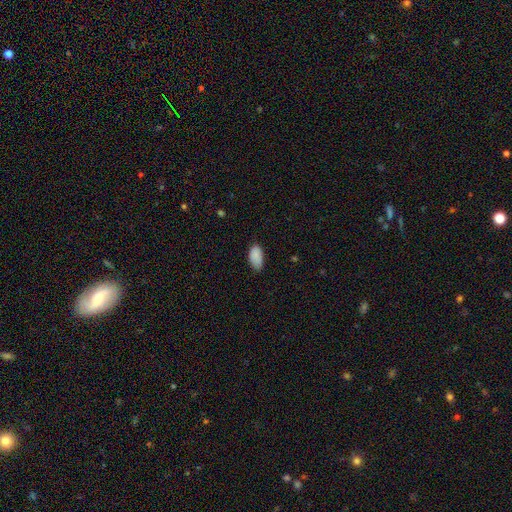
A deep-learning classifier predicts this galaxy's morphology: Overall: smooth (87%). How rounded: in between (94%). Merging: none (68%).